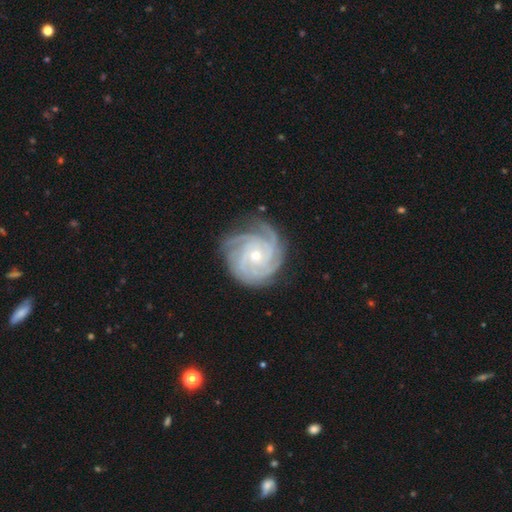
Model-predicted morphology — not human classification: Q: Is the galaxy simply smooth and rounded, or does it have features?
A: featured or disk — 90%.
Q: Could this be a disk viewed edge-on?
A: no — 98%.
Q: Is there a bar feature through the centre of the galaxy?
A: no — 72%.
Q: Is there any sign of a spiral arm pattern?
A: yes — 98%.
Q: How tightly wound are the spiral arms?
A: tight — 79%.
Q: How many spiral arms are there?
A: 4 — 37%.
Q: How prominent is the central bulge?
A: small — 52%.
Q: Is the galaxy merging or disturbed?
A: none — 79%.